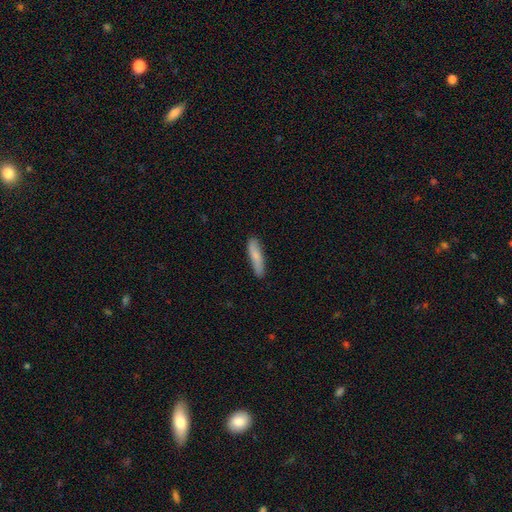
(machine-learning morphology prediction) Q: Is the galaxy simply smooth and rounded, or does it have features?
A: smooth — 76%.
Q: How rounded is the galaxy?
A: cigar-shaped — 78%.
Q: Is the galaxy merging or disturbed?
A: none — 85%.